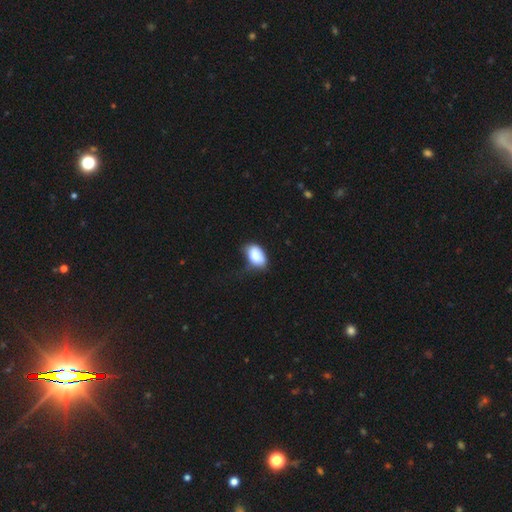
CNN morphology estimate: Smooth or featured? Predicted: smooth (p=0.86). How rounded? Predicted: in between (p=0.92). Merging? Predicted: none (p=0.49).